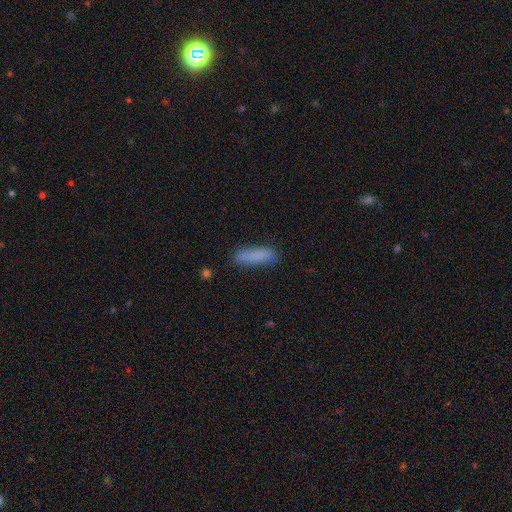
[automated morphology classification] Overall: smooth (82%). How rounded: cigar-shaped (65%; in between 33%). Merging: none (79%).